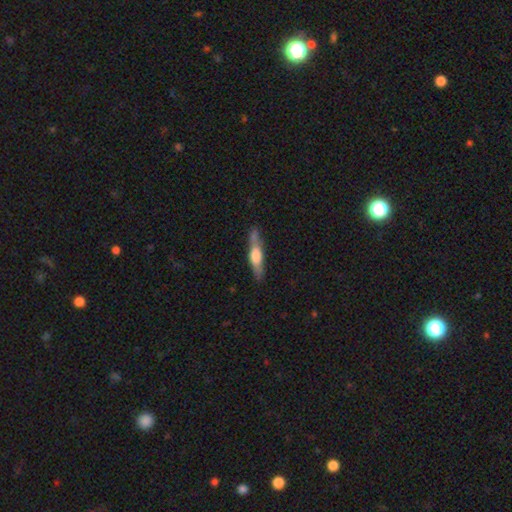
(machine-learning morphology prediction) This appears to be a featured or disk galaxy (51%) viewed edge-on (92%). Merging: none (80%).